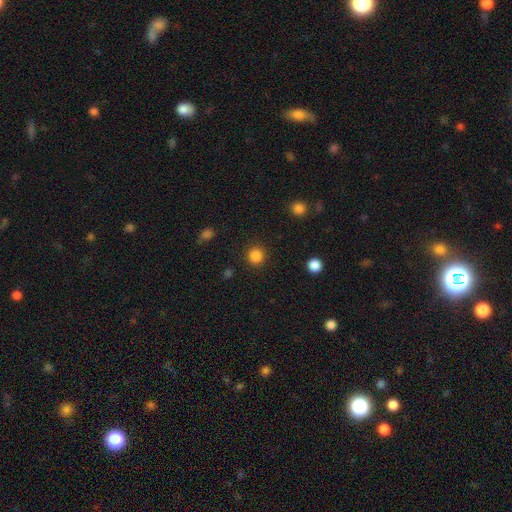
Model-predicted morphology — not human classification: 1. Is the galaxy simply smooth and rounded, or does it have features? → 85% smooth, 11% star or artifact, 3% featured or disk.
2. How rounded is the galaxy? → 93% round, 6% in between, 1% cigar-shaped.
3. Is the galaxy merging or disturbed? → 91% none, 5% minor disturbance, 2% major disturbance, 1% merger.